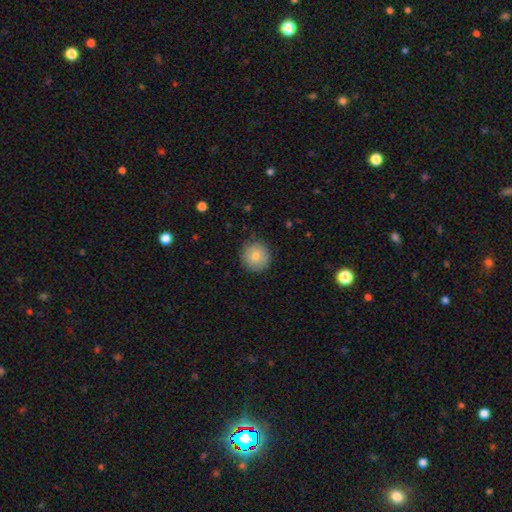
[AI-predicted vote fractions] A smooth galaxy with no disk features (75%) that is round (93%).

Vote fractions:
- Smooth or featured? smooth: 75% / featured or disk: 16% / star or artifact: 9%
- How rounded? round: 93% / in between: 6% / cigar-shaped: 1%
- Merging? none: 88% / minor disturbance: 9% / major disturbance: 2% / merger: 1%